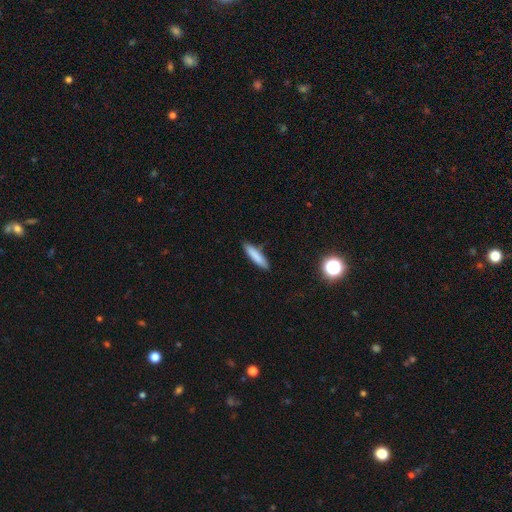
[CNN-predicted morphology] smooth 83%, featured or disk 10%, star or artifact 7%. Down the decision tree: how rounded — cigar-shaped (81%); merging — none (86%).